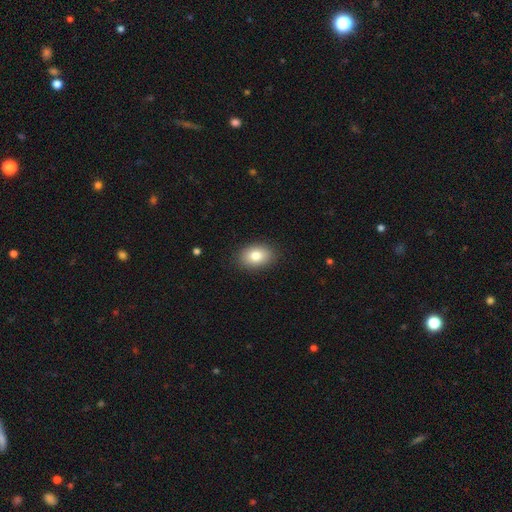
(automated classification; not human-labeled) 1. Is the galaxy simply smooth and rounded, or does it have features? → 81% smooth, 10% featured or disk, 9% star or artifact.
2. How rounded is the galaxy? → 79% in between, 20% round, 1% cigar-shaped.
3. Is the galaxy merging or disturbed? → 88% none, 9% minor disturbance, 2% major disturbance, 1% merger.